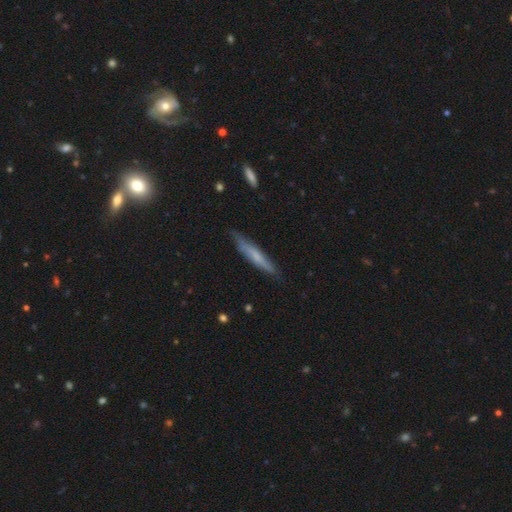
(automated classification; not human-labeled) Smooth or featured?
  - smooth: 58% *
  - featured or disk: 36%
  - star or artifact: 6%
How rounded?
  - cigar-shaped: 92% *
  - in between: 7%
  - round: 1%
Merging?
  - none: 80% *
  - minor disturbance: 16%
  - major disturbance: 3%
  - merger: 1%